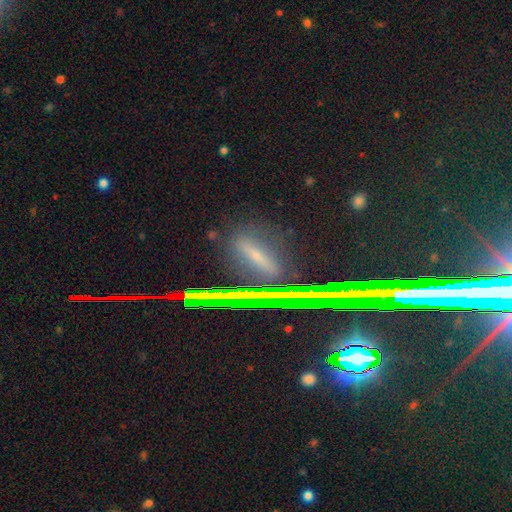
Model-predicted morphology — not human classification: Smooth or featured?
  - star or artifact: 37% *
  - smooth: 34%
  - featured or disk: 29%